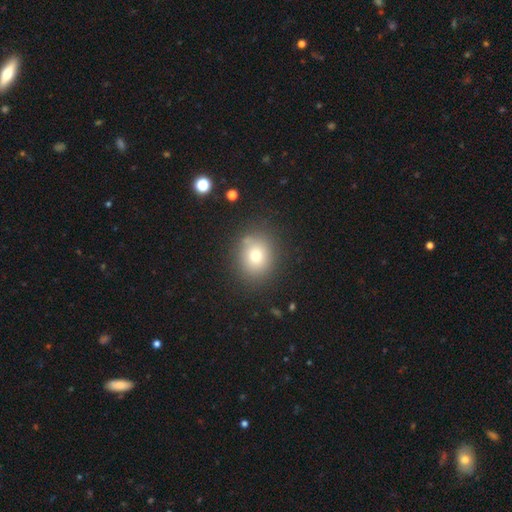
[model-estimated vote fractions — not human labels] Morphology: type=smooth (74%); roundness=round (70%); merging=none (83%).